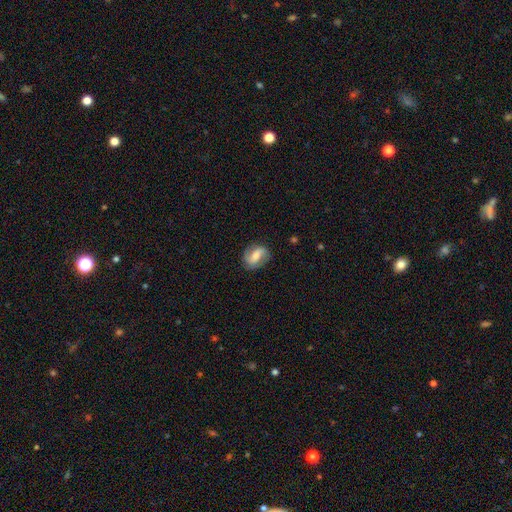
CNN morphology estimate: Smooth or featured? featured or disk (62%)
Edge-on disk? no (96%)
Bar? weak (45%)
Spiral arms? yes (89%)
Spiral winding? loose (40%)
Spiral arm count? 2 (87%)
Bulge size? moderate (55%)
Merging? none (80%)